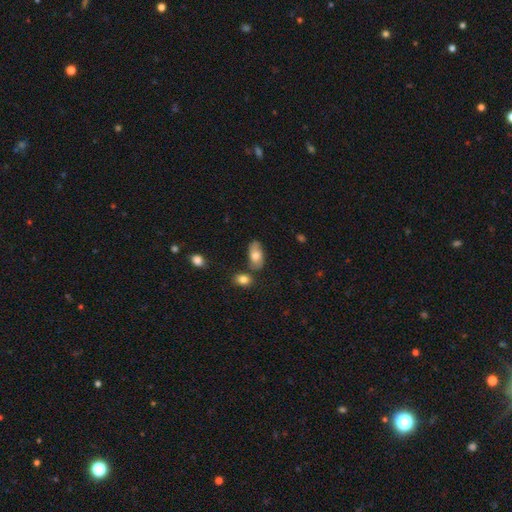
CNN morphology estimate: Smooth or featured? smooth (69%)
How rounded? in between (92%)
Merging? none (68%)